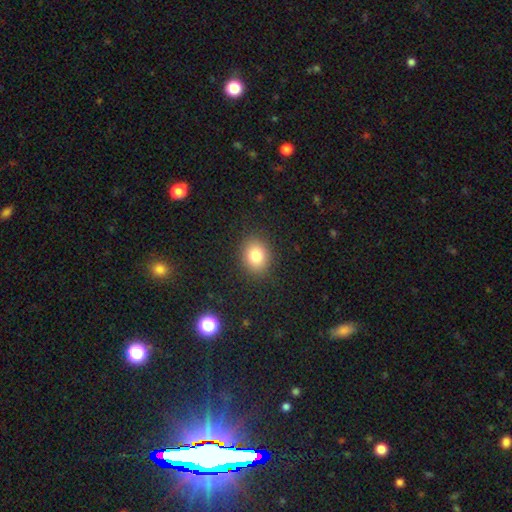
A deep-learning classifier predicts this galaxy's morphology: A smooth galaxy with no disk features (81%) that is round (52%). Merging: none (88%).